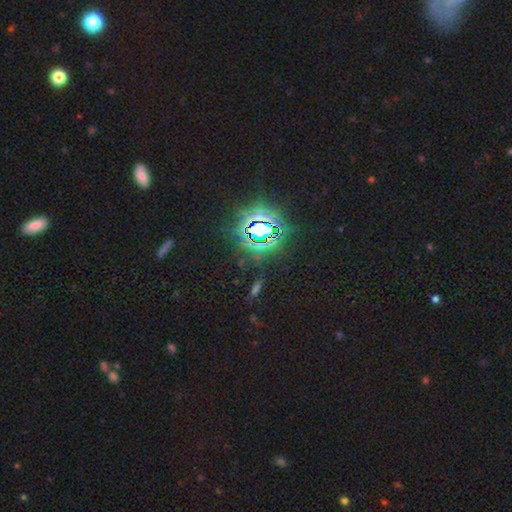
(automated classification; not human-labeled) smooth-or-featured: star or artifact: 81% | smooth: 10% | featured or disk: 9%